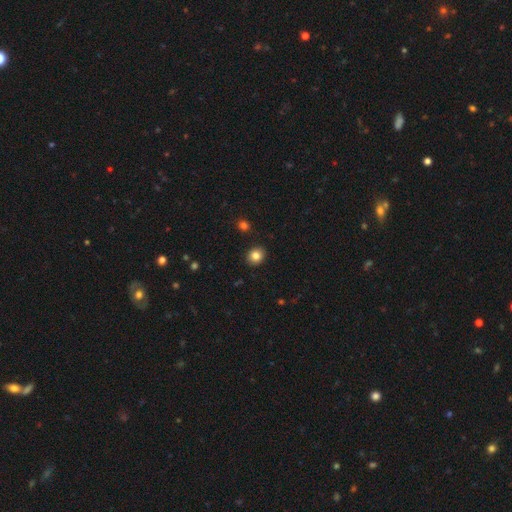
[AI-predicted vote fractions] This is clearly a smooth galaxy (84%). How rounded: likely round (75%). Merging: clearly none (91%).